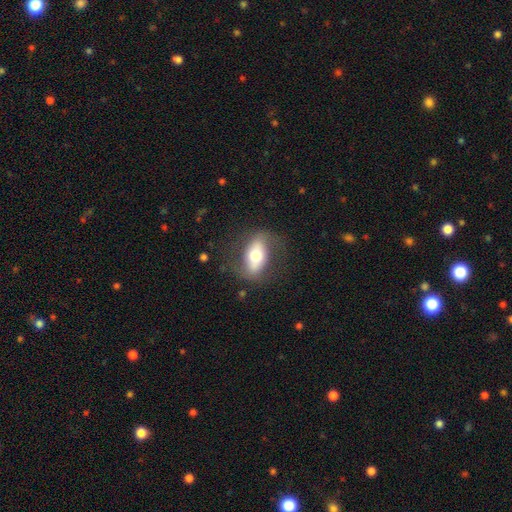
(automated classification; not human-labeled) This is possibly a smooth galaxy (48%). Merging: likely none (73%).